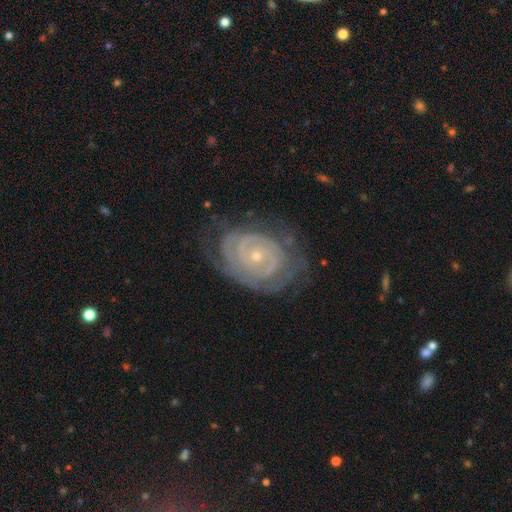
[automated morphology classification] This is clearly a featured or disk galaxy (87%). It is clearly not viewed edge-on (97%). Bar: likely no (77%). Spiral arm pattern: clearly yes (95%). Spiral arm count: marginally 2 (32%, tied with can't tell). Spiral winding: clearly tight (82%). Central bulge: likely small (79%). Merging: likely none (70%).